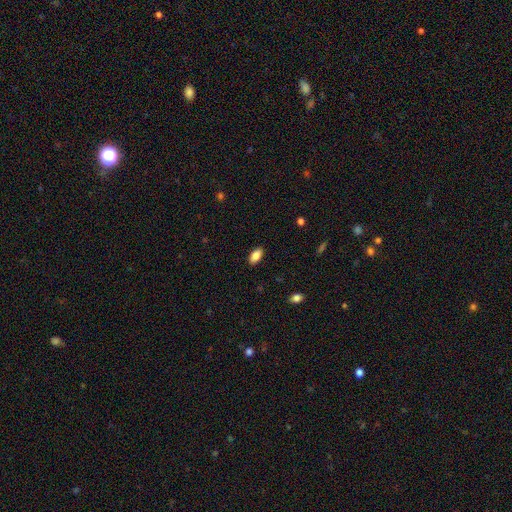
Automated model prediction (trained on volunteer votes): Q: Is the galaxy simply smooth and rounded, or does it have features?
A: smooth — 85%.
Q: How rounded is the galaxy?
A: in between — 92%.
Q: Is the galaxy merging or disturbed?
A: none — 89%.